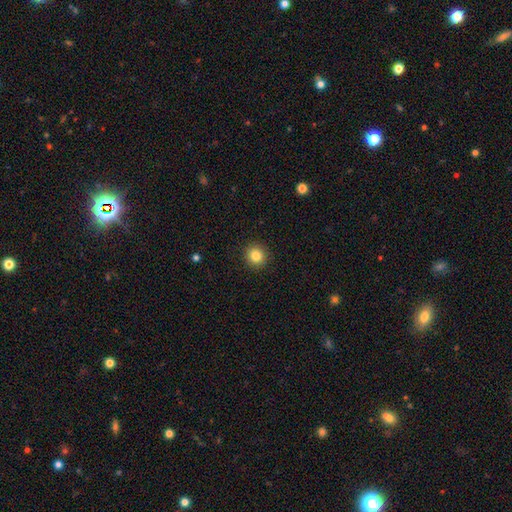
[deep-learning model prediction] smooth-or-featured: smooth: 84% | star or artifact: 11% | featured or disk: 6%
  how-rounded: round: 93% | in between: 7% | cigar-shaped: 1%
  merging: none: 92% | minor disturbance: 5% | major disturbance: 2% | merger: 1%